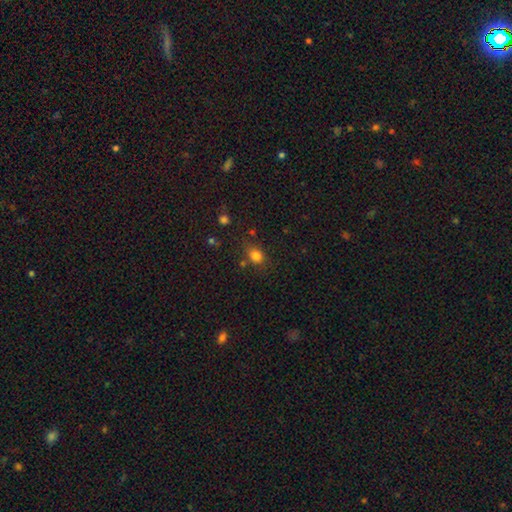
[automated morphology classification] Smooth or featured?
  - smooth: 81% *
  - star or artifact: 13%
  - featured or disk: 6%
How rounded?
  - round: 57% *
  - in between: 42%
  - cigar-shaped: 1%
Merging?
  - none: 70% *
  - minor disturbance: 17%
  - merger: 7%
  - major disturbance: 6%